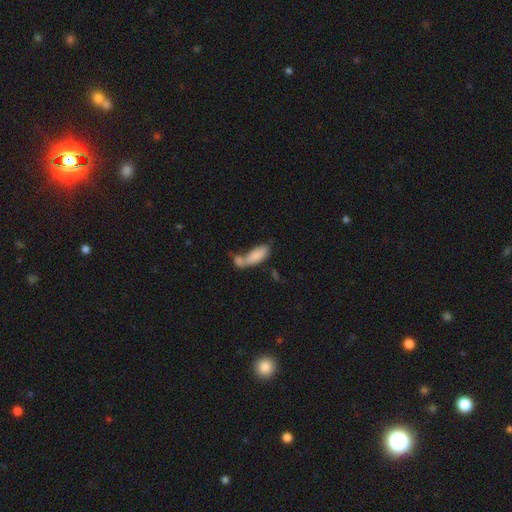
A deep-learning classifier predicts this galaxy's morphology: Smooth or featured?
  - smooth: 81% *
  - featured or disk: 12%
  - star or artifact: 7%
How rounded?
  - in between: 76% *
  - cigar-shaped: 22%
  - round: 2%
Merging?
  - merger: 51% *
  - none: 29%
  - minor disturbance: 13%
  - major disturbance: 7%